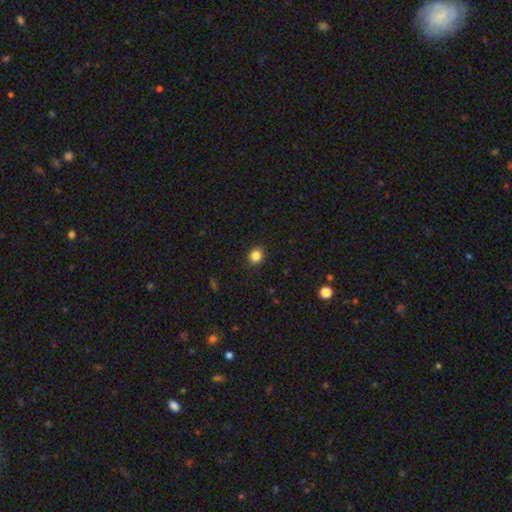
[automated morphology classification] smooth_or_featured: smooth (p=0.85) [alt: star or artifact p=0.11]
how_rounded: round (p=0.80) [alt: in between p=0.19]
merging: none (p=0.92) [alt: minor disturbance p=0.06]